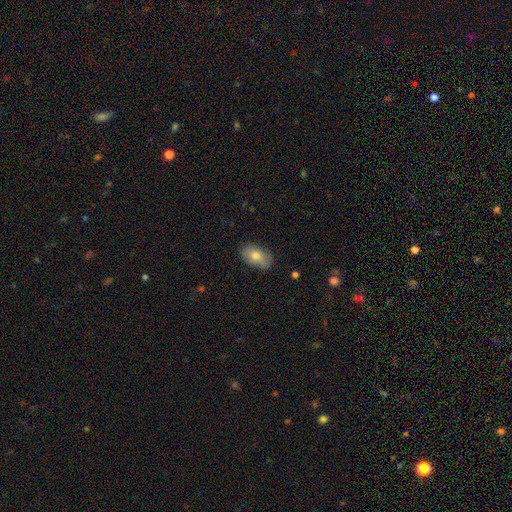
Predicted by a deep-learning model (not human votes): A smooth galaxy with no disk features (76%) that is in between round and cigar-shaped (91%).

Vote fractions:
- Smooth or featured? smooth: 76% / featured or disk: 17% / star or artifact: 7%
- How rounded? in between: 91% / round: 7% / cigar-shaped: 2%
- Merging? none: 83% / minor disturbance: 14% / major disturbance: 2% / merger: 1%